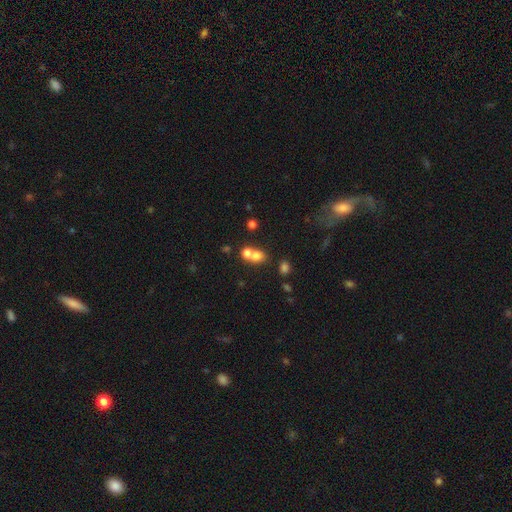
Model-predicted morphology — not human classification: smooth 72%, featured or disk 15%, star or artifact 13%. Down the decision tree: how rounded — round (63%); merging — merger (62%).